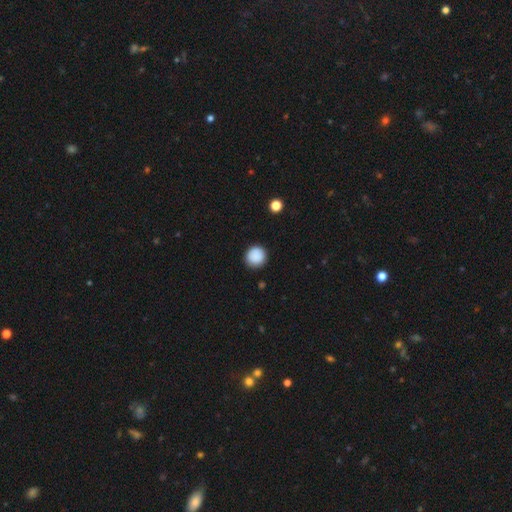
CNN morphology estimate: smooth 89%, star or artifact 8%, featured or disk 3%. Down the decision tree: how rounded — round (93%); merging — none (90%).